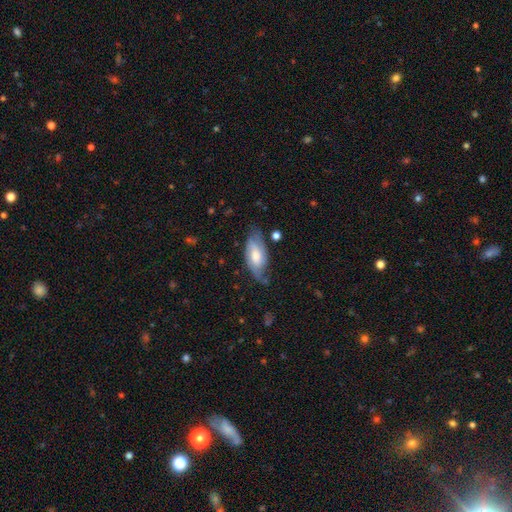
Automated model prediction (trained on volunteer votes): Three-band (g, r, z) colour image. It shows a featured or disk galaxy (57%). Merging: none (56%).